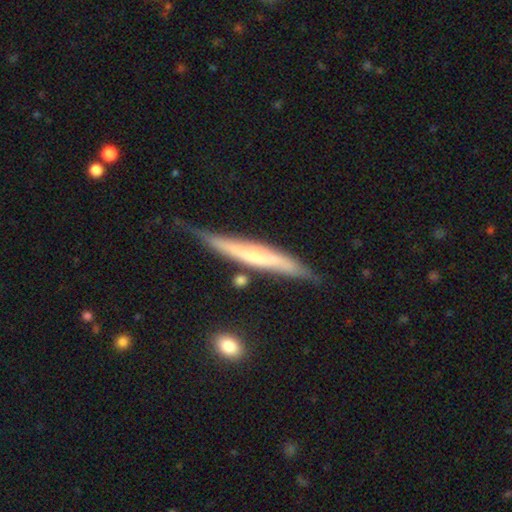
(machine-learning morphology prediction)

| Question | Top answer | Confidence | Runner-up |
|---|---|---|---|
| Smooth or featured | featured or disk | 61% | smooth (33%) |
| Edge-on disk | yes | 89% | no (11%) |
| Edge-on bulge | none | 45% | rounded (44%) |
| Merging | none | 63% | minor disturbance (27%) |